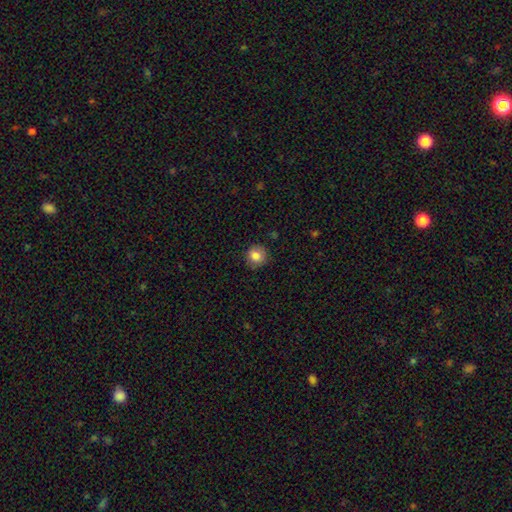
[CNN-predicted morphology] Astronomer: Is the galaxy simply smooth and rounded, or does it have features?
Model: smooth — 84%.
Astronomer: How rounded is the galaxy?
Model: round — 89%.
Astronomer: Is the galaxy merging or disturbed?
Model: none — 86%.